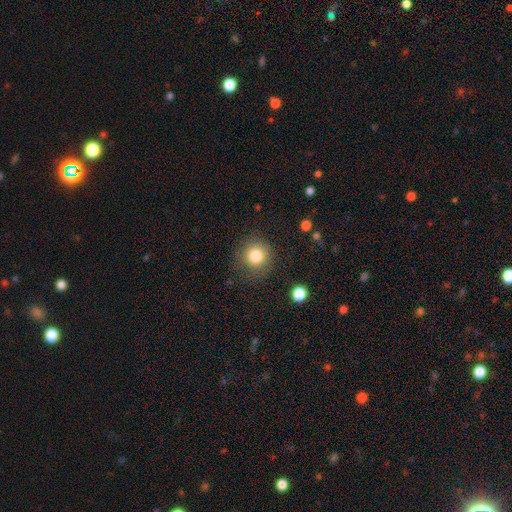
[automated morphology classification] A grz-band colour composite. It shows a smooth galaxy with no disk features (82%) that is round (91%). Merging: none (80%).